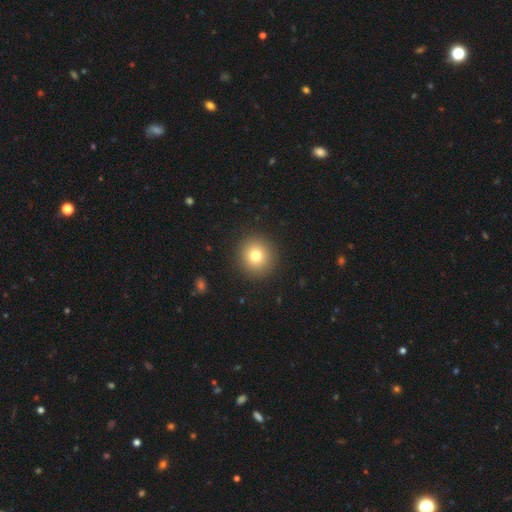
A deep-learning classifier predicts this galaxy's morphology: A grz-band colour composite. It shows a smooth galaxy with no disk features (78%) that is round (91%). Merging: none (91%).